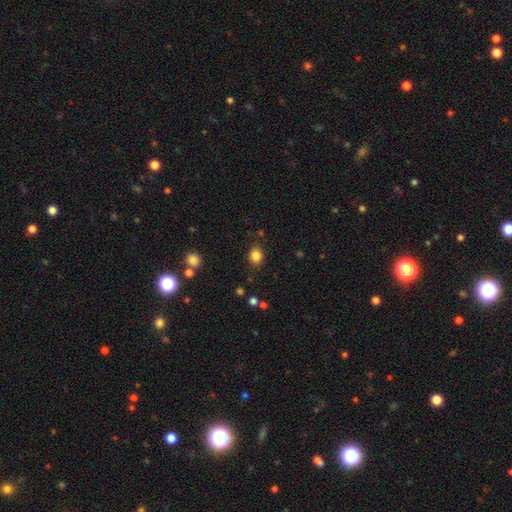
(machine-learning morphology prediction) Smooth or featured: smooth — 84% (star or artifact — 11%)
How rounded: round — 55% (in between — 44%)
Merging: none — 83% (minor disturbance — 11%)